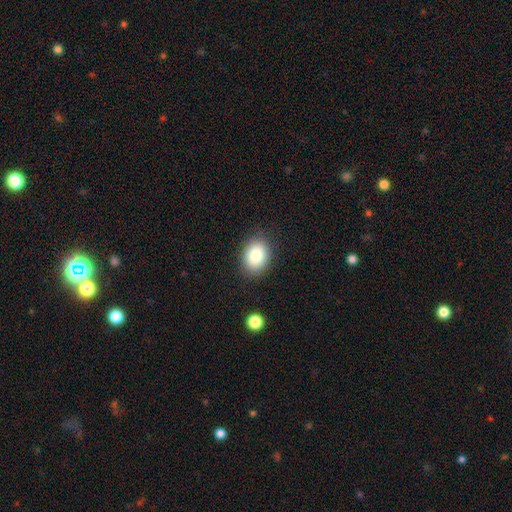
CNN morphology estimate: Smooth or featured? Predicted: smooth (p=0.86). How rounded? Predicted: in between (p=0.66). Merging? Predicted: none (p=0.86).